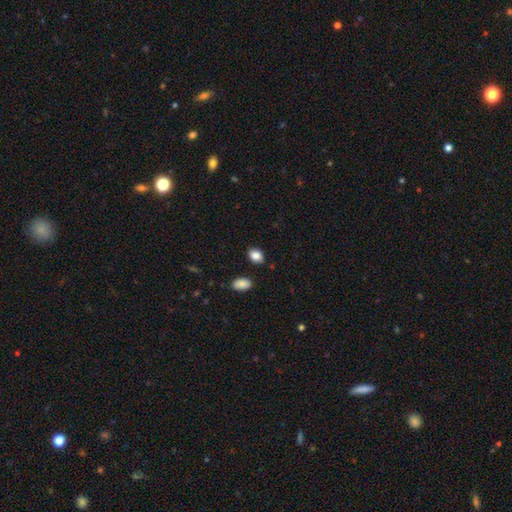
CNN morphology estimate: Q: Smooth or featured?
A: smooth (87%); runner-up: star or artifact (8%)
Q: How rounded?
A: in between (76%); runner-up: round (22%)
Q: Merging?
A: none (84%); runner-up: minor disturbance (10%)